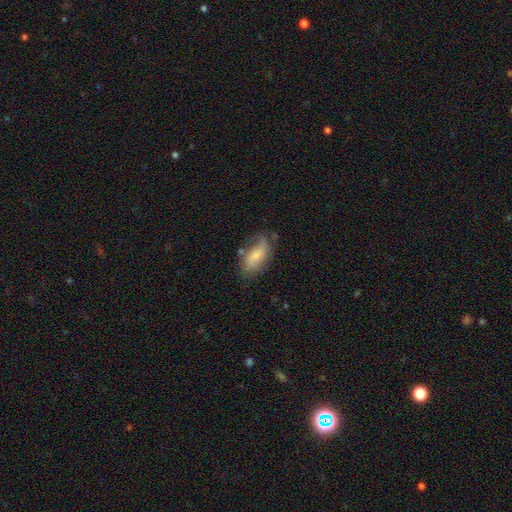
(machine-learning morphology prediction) The model was most divided on "smooth or featured": smooth: 58%, featured or disk: 34%, star or artifact: 7%. More confident: how rounded — in between (86%); merging — none (56%).